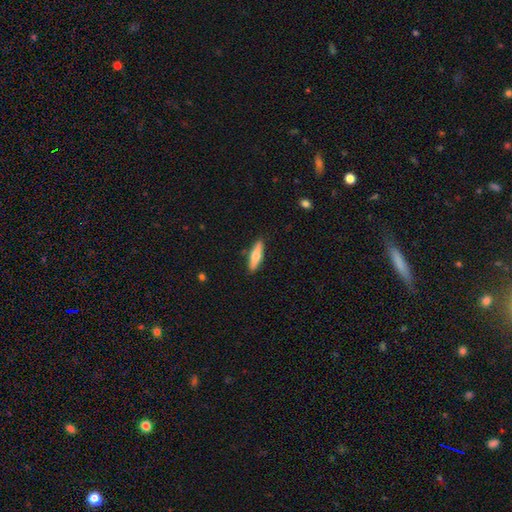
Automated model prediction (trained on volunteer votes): smooth_or_featured: smooth (p=0.61) [alt: featured or disk p=0.33]
how_rounded: cigar-shaped (p=0.69) [alt: in between p=0.30]
merging: none (p=0.88) [alt: minor disturbance p=0.09]